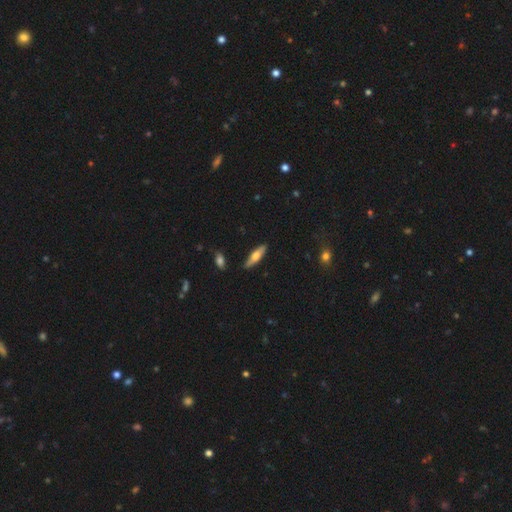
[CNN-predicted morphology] Smooth or featured? Predicted: smooth (p=0.59). How rounded? Predicted: cigar-shaped (p=0.61). Merging? Predicted: none (p=0.84).